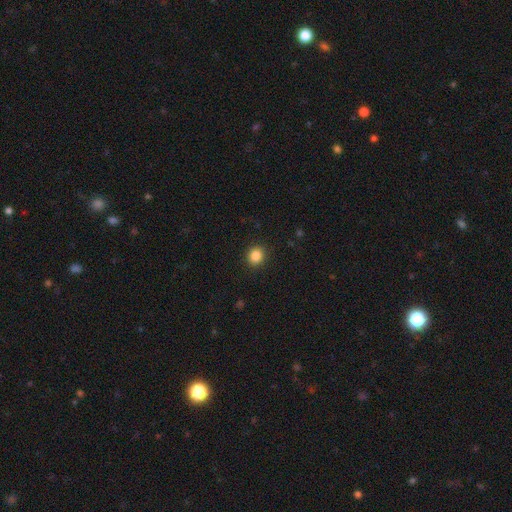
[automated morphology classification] The model was most divided on "how rounded": round: 85%, in between: 14%, cigar-shaped: 1%. More confident: merging — none (91%); smooth or featured — smooth (86%).